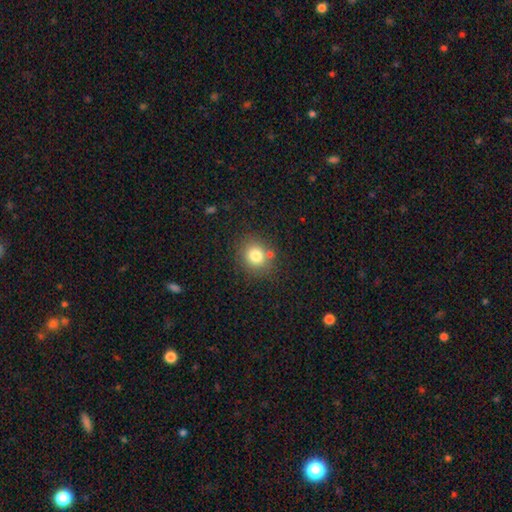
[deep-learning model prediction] This appears to be a smooth galaxy with no disk features (79%) that is round (74%). Merging: none (76%).